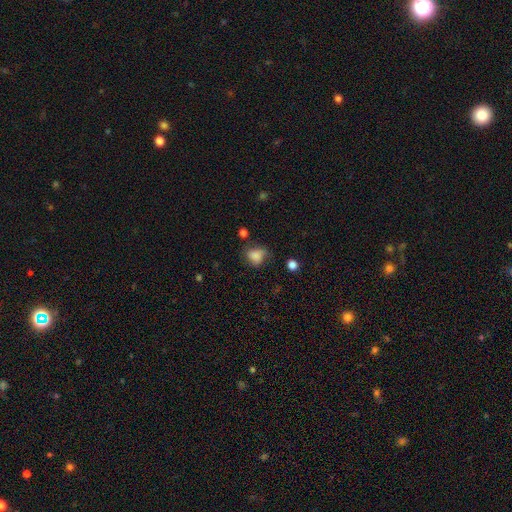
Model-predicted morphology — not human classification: smooth 79%, star or artifact 11%, featured or disk 10%. Down the decision tree: how rounded — in between (54%); merging — none (45%).